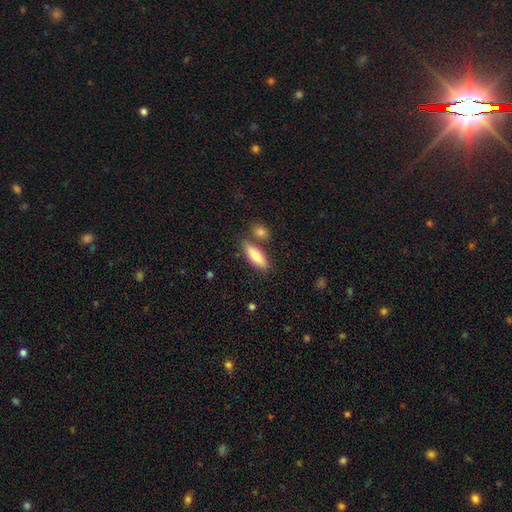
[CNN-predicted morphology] This appears to be a smooth galaxy with no disk features (81%) that is in between round and cigar-shaped (61%). Merging: none (71%).